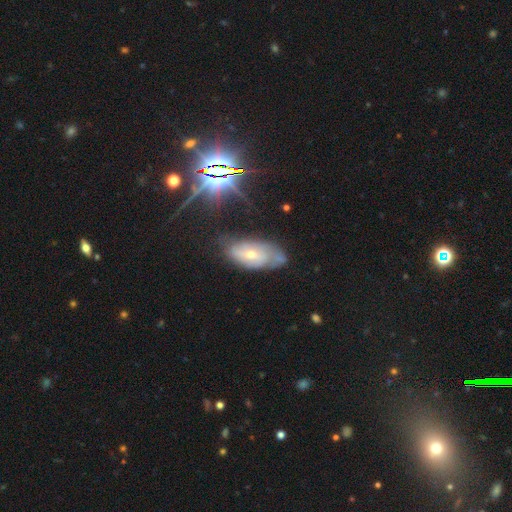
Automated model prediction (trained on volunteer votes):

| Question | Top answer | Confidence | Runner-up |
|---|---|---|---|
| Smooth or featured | featured or disk | 57% | smooth (26%) |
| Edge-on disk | no | 88% | yes (12%) |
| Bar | no | 64% | weak (28%) |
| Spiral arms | yes | 72% | no (28%) |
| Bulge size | small | 55% | moderate (41%) |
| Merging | none | 62% | minor disturbance (27%) |